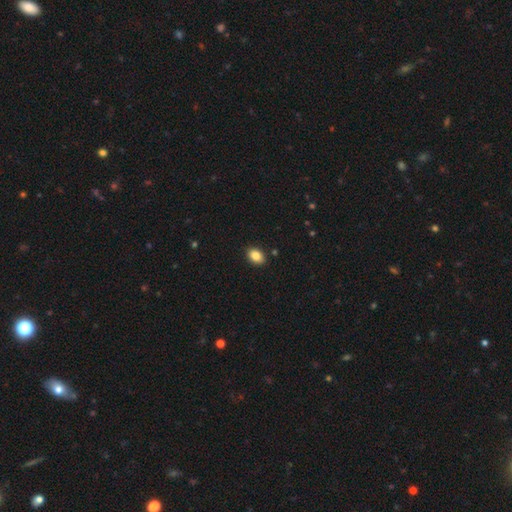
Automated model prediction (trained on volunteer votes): Q: Smooth or featured?
A: smooth (86%); runner-up: star or artifact (8%)
Q: How rounded?
A: in between (84%); runner-up: round (15%)
Q: Merging?
A: none (90%); runner-up: minor disturbance (7%)